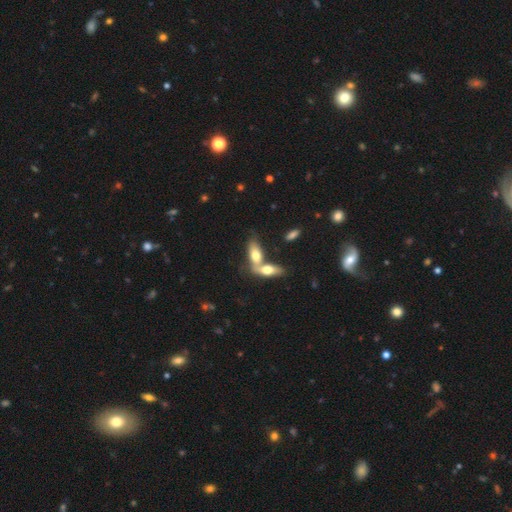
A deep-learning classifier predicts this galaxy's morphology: Smooth or featured? Predicted: smooth (p=0.67). How rounded? Predicted: in between (p=0.76). Merging? Predicted: merger (p=0.61).